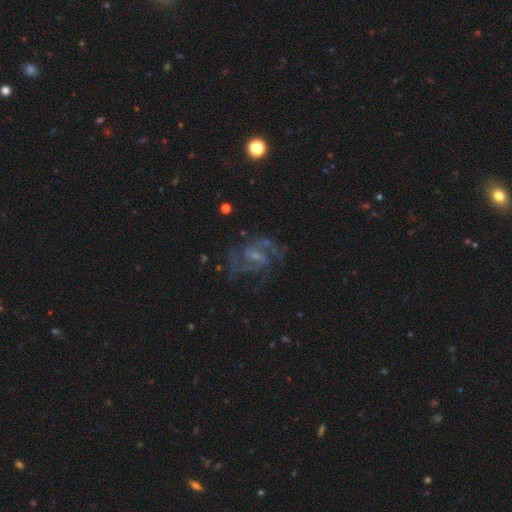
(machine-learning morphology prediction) The model was most divided on "bar": weak: 53%, no: 29%, strong: 19%. More confident: edge-on disk — no (97%); spiral arms — yes (92%); smooth or featured — featured or disk (82%); merging — none (64%); spiral arm count — 2 (61%); bulge size — small (61%); spiral winding — medium (56%).